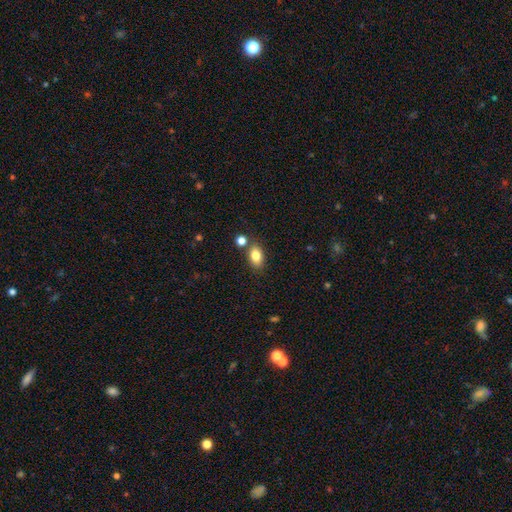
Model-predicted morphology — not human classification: Overall: smooth (83%). How rounded: in between (82%). Merging: none (75%).